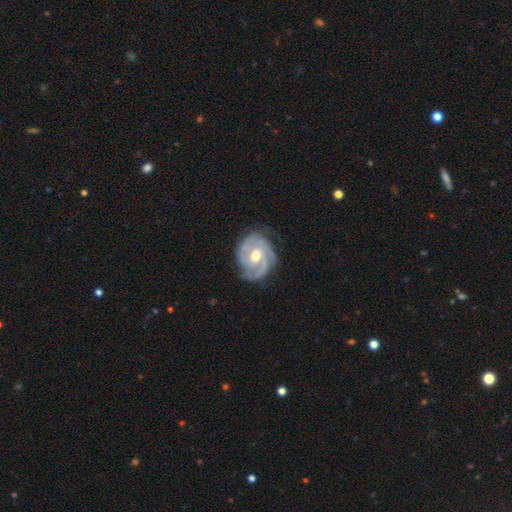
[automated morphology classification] This appears to be a featured or disk galaxy (89%) with no bar (49%), 3 (46%) tight (62%) spiral arms (97%) and a moderate central bulge (75%). Merging: none (72%).